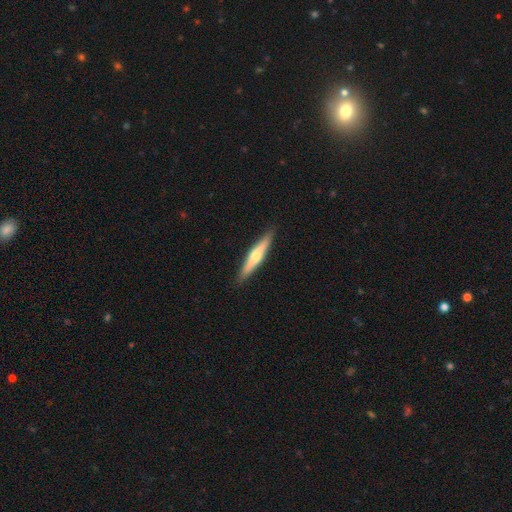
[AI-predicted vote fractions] Smooth or featured? Predicted: featured or disk (p=0.51). Edge-on disk? Predicted: yes (p=0.94). Merging? Predicted: none (p=0.90).